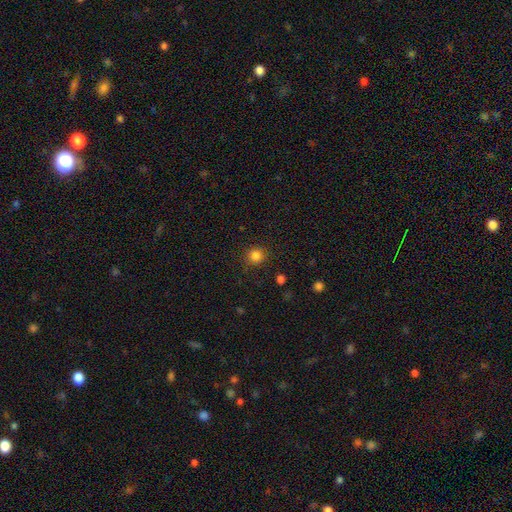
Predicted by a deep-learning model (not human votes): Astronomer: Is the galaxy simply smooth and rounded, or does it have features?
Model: smooth — 83%.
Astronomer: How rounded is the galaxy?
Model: round — 92%.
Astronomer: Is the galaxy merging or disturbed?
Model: none — 87%.